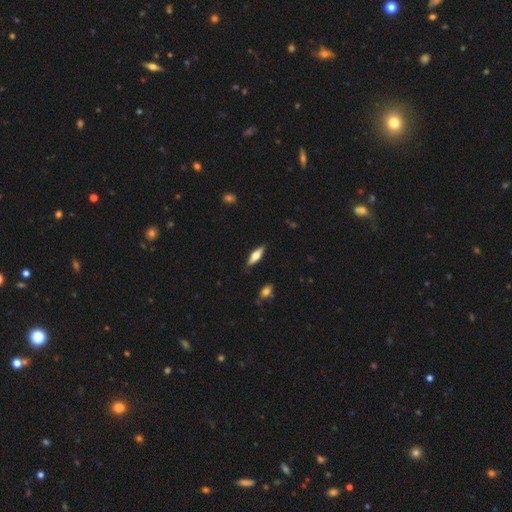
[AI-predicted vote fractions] This appears to be a smooth galaxy with no disk features (53%) that is in between round and cigar-shaped (50%). Merging: none (87%).